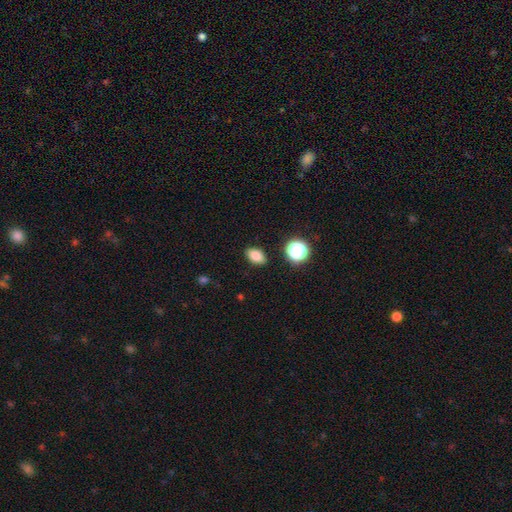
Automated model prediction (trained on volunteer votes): A smooth galaxy with no disk features (83%) that is in between round and cigar-shaped (85%).

Vote fractions:
- Smooth or featured? smooth: 83% / star or artifact: 11% / featured or disk: 6%
- How rounded? in between: 85% / round: 14% / cigar-shaped: 2%
- Merging? none: 88% / minor disturbance: 8% / major disturbance: 2% / merger: 2%